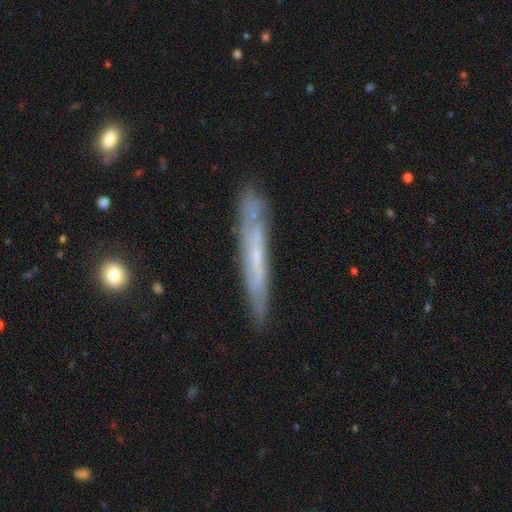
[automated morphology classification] Q: Smooth or featured?
A: featured or disk (60%); runner-up: smooth (32%)
Q: Edge-on disk?
A: yes (77%); runner-up: no (23%)
Q: Merging?
A: none (79%); runner-up: minor disturbance (15%)